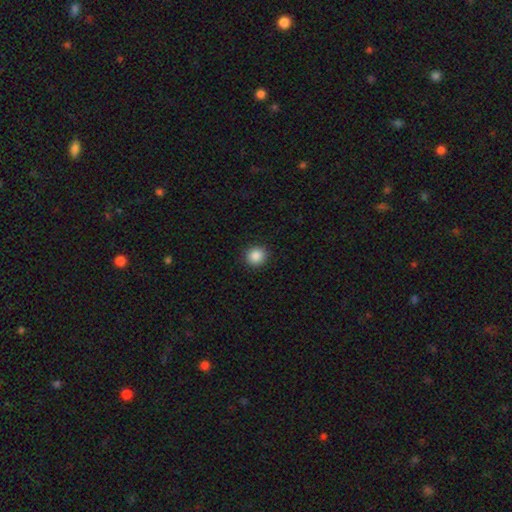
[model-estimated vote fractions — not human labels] smooth-or-featured: smooth: 88% | star or artifact: 9% | featured or disk: 3%
  how-rounded: round: 89% | in between: 10% | cigar-shaped: 1%
  merging: none: 92% | minor disturbance: 5% | major disturbance: 2% | merger: 1%